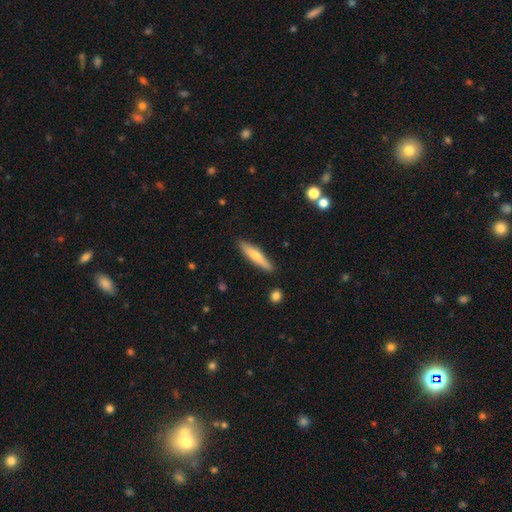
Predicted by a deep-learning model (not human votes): smooth 60%, featured or disk 35%, star or artifact 6%. Down the decision tree: how rounded — cigar-shaped (86%); merging — none (87%).